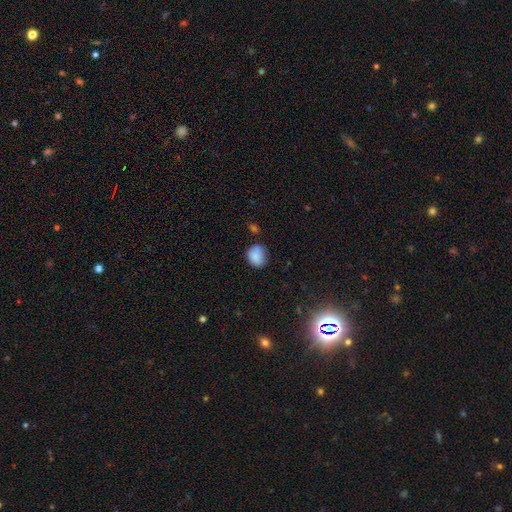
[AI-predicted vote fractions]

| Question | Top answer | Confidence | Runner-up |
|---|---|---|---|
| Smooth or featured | smooth | 84% | star or artifact (9%) |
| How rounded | round | 59% | in between (40%) |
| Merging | none | 67% | minor disturbance (24%) |